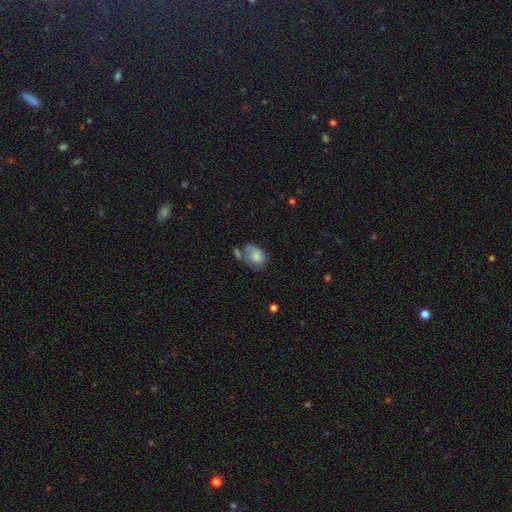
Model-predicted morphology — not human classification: smooth_or_featured: smooth (p=0.73) [alt: featured or disk p=0.19]
how_rounded: in between (p=0.72) [alt: round p=0.27]
merging: none (p=0.34) [alt: minor disturbance p=0.26]